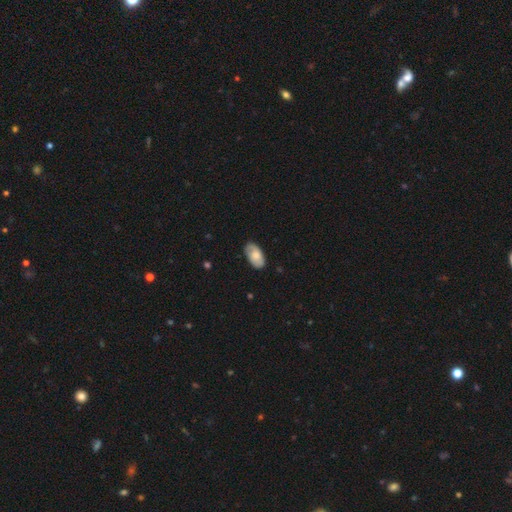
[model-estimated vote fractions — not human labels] smooth 67%, featured or disk 27%, star or artifact 6%. Down the decision tree: how rounded — in between (95%); merging — none (80%).